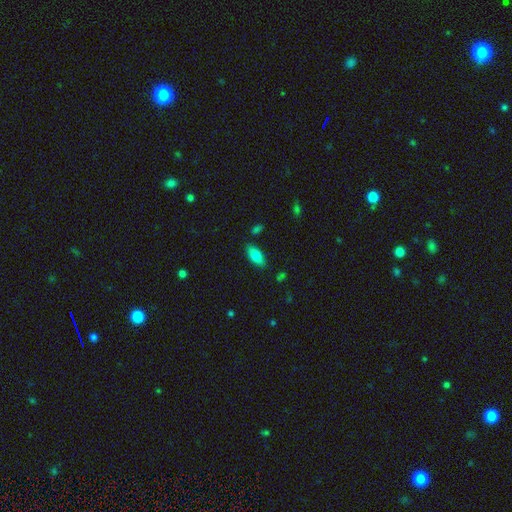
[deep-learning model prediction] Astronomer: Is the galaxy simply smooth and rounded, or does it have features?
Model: smooth — 81%.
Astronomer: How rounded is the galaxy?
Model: in between — 88%.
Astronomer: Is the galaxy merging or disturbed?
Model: none — 84%.